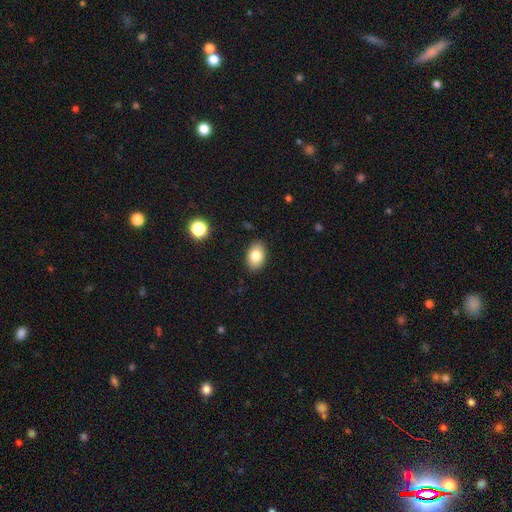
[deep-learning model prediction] smooth_or_featured: smooth (p=0.81) [alt: featured or disk p=0.11]
how_rounded: in between (p=0.85) [alt: round p=0.14]
merging: none (p=0.88) [alt: minor disturbance p=0.09]